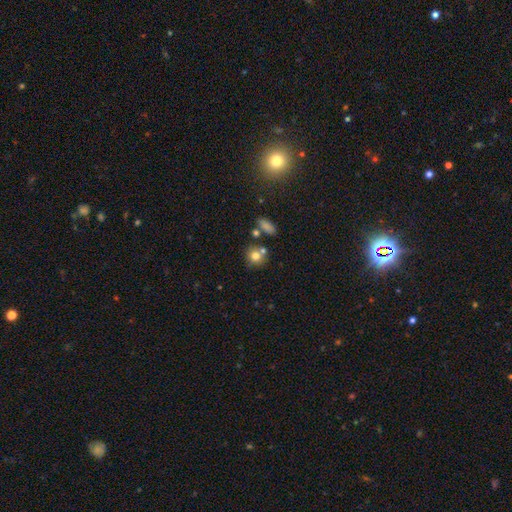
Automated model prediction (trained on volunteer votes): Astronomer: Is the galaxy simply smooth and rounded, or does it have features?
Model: smooth — 75%.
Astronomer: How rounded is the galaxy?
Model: round — 83%.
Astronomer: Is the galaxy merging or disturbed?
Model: none — 63%.